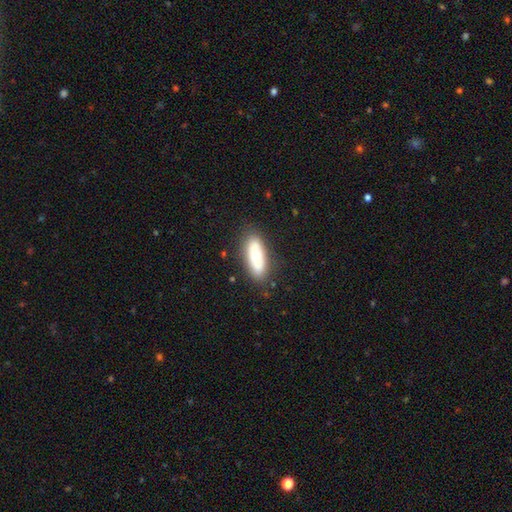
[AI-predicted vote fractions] smooth-or-featured: smooth: 57% | featured or disk: 37% | star or artifact: 7%
  how-rounded: in between: 76% | cigar-shaped: 21% | round: 3%
  merging: none: 82% | minor disturbance: 12% | major disturbance: 3% | merger: 2%